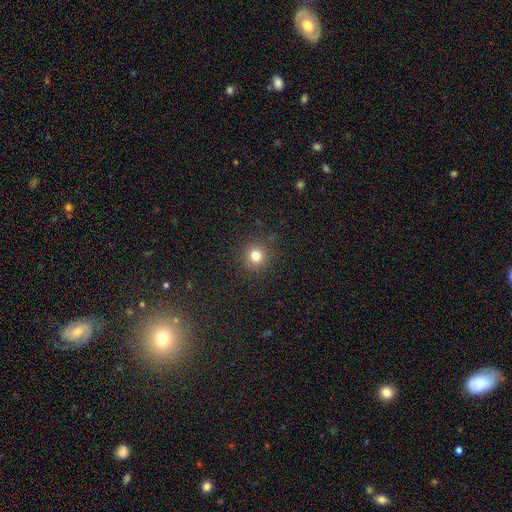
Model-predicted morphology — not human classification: smooth-or-featured: smooth: 78% | star or artifact: 15% | featured or disk: 6%
  how-rounded: round: 93% | in between: 6% | cigar-shaped: 1%
  merging: none: 90% | minor disturbance: 6% | major disturbance: 3% | merger: 1%